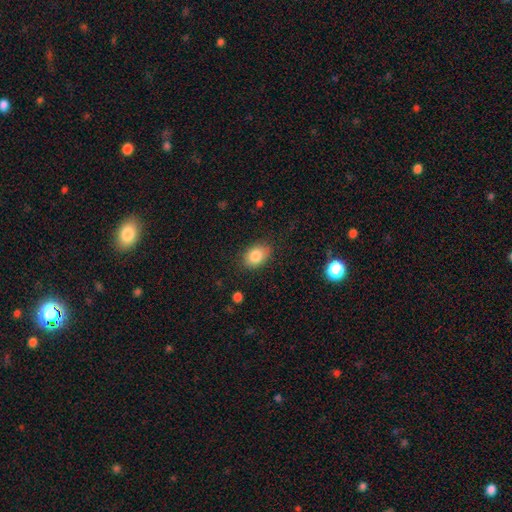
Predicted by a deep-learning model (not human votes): This appears to be a smooth galaxy with no disk features (84%) that is in between round and cigar-shaped (79%). Merging: none (82%).